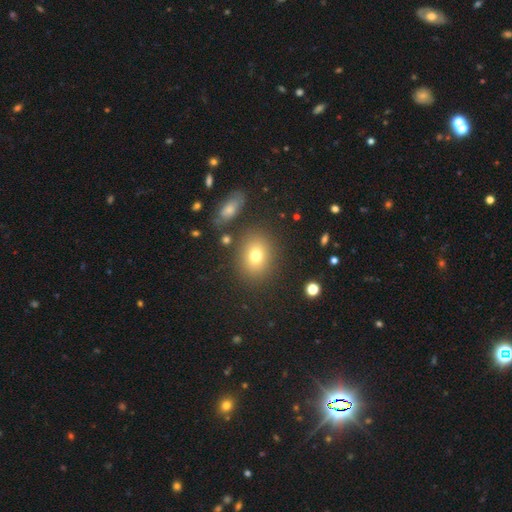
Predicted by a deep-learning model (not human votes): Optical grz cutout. It shows a smooth galaxy with no disk features (74%) that is round (51%). Merging: none (82%).